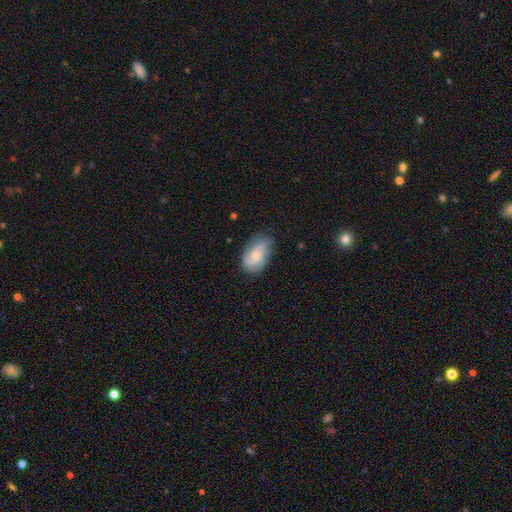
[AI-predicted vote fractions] Smooth or featured: smooth — 55% (featured or disk — 39%)
How rounded: in between — 90% (round — 8%)
Merging: none — 61% (minor disturbance — 29%)